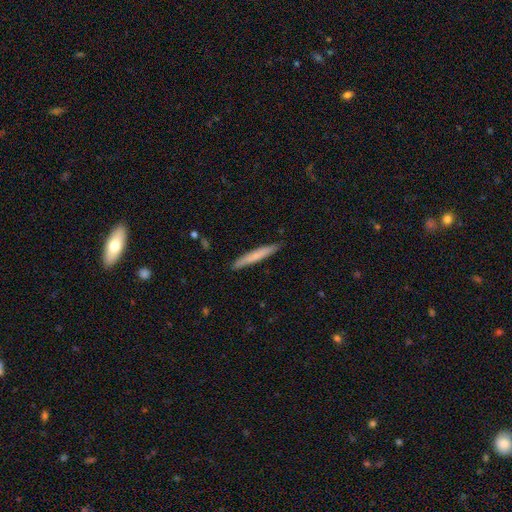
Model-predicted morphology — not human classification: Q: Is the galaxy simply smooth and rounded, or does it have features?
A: smooth — 68%.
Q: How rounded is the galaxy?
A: cigar-shaped — 96%.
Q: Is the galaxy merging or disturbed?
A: none — 90%.